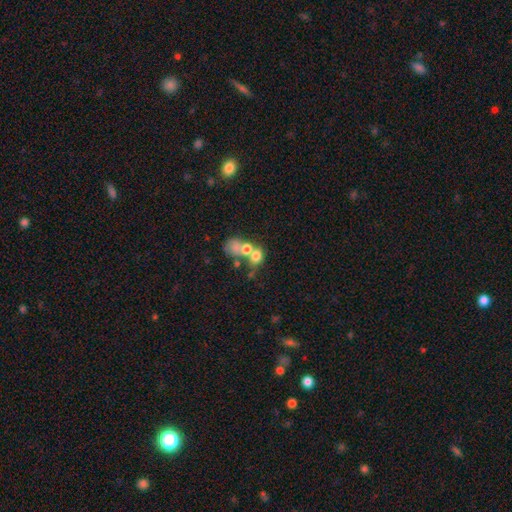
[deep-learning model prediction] A smooth galaxy with no disk features (67%) that is round (52%). Merging: merger (57%).